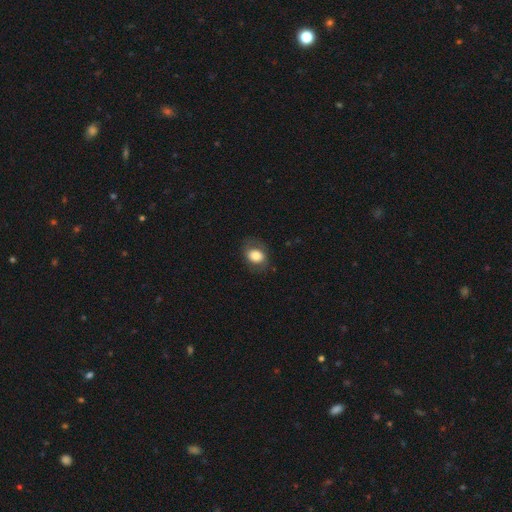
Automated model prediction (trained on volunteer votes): Smooth or featured? Predicted: smooth (p=0.73). How rounded? Predicted: in between (p=0.59). Merging? Predicted: none (p=0.75).